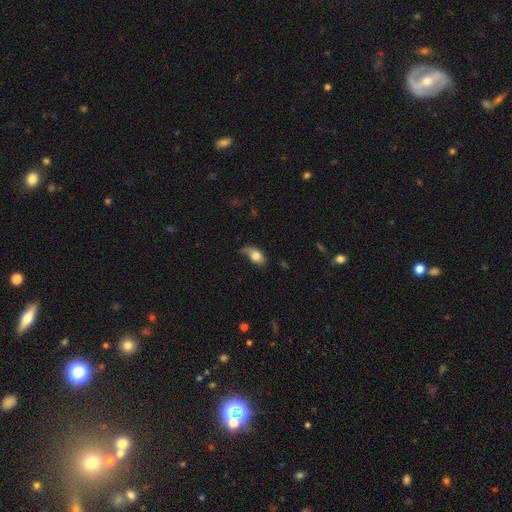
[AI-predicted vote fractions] This appears to be a smooth galaxy with no disk features (70%) that is in between round and cigar-shaped (86%). Merging: none (37%).